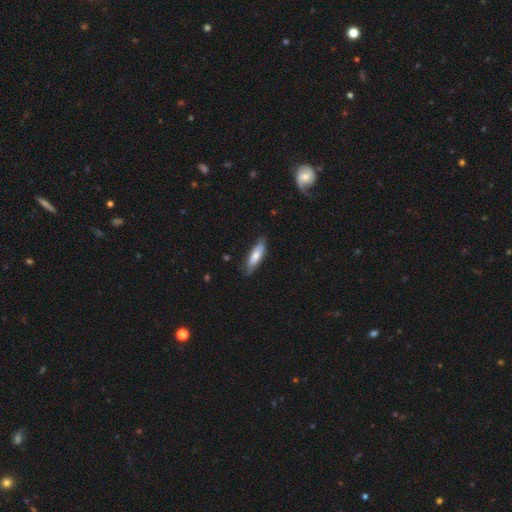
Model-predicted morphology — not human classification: A smooth galaxy with no disk features (71%) that is cigar-shaped (58%). Merging: none (78%).